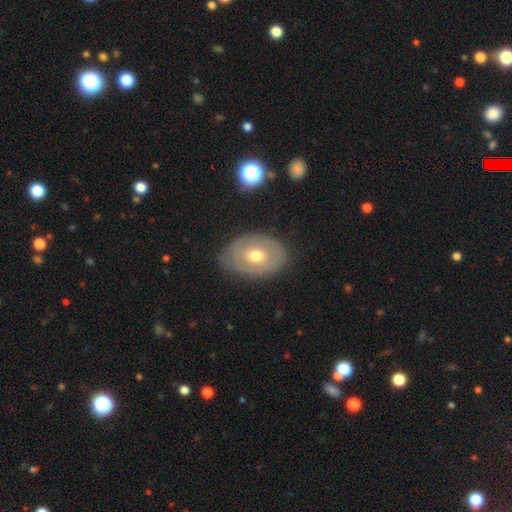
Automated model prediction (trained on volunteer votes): The model was most divided on "smooth or featured": featured or disk: 52%, smooth: 41%, star or artifact: 7%. More confident: edge-on disk — no (92%); merging — none (77%).